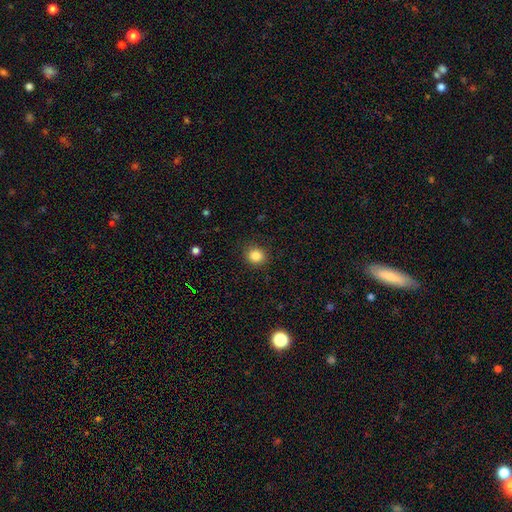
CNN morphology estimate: A smooth galaxy with no disk features (85%) that is round (84%).

Vote fractions:
- Smooth or featured? smooth: 85% / star or artifact: 11% / featured or disk: 5%
- How rounded? round: 84% / in between: 15% / cigar-shaped: 1%
- Merging? none: 89% / minor disturbance: 7% / major disturbance: 2% / merger: 1%